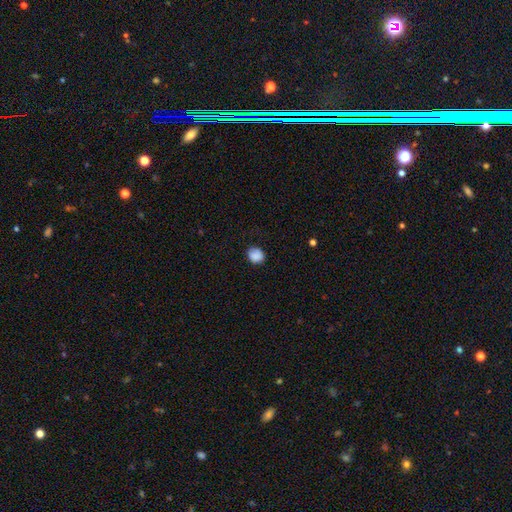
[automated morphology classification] This appears to be a smooth galaxy with no disk features (88%) that is round (70%). Merging: none (81%).